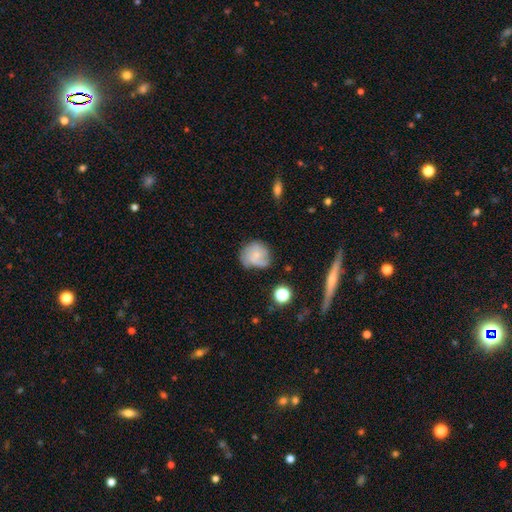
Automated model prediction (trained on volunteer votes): Q: Smooth or featured?
A: featured or disk (47%); runner-up: smooth (44%)
Q: Merging?
A: none (57%); runner-up: minor disturbance (27%)